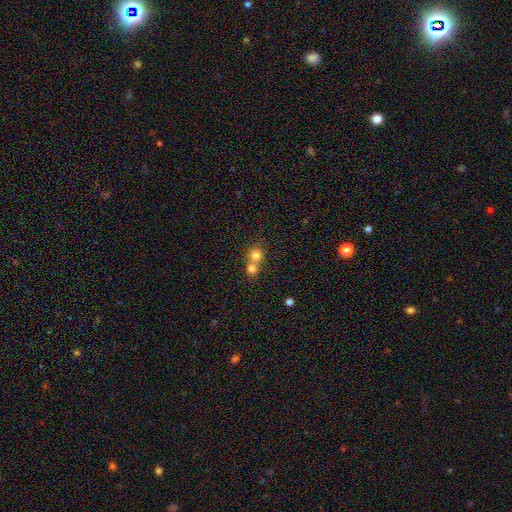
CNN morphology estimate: smooth 78%, star or artifact 12%, featured or disk 10%. Down the decision tree: how rounded — round (86%); merging — merger (58%).